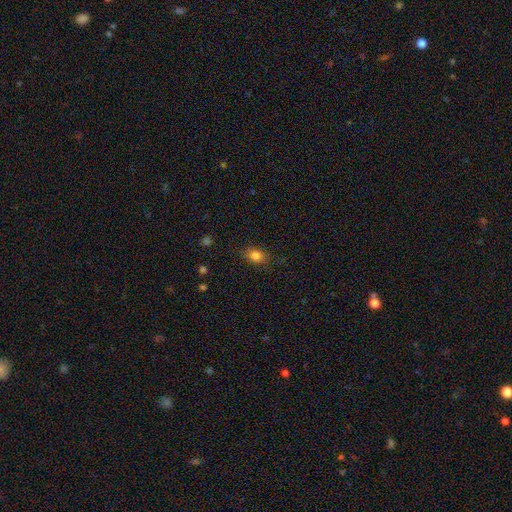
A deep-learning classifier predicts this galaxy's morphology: The model was most divided on "how rounded": in between: 60%, round: 38%, cigar-shaped: 2%. More confident: merging — none (82%); smooth or featured — smooth (82%).